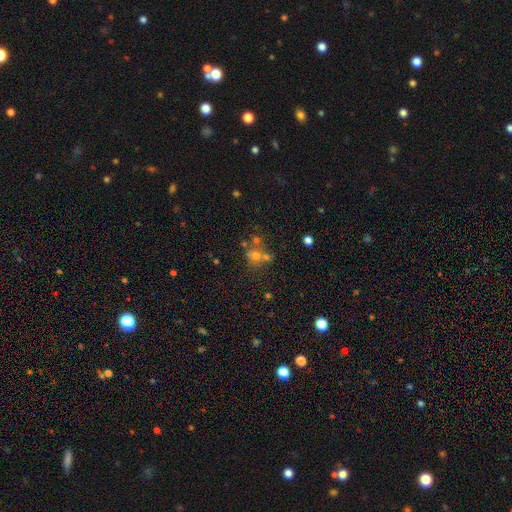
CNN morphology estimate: Smooth or featured: smooth — 58% (star or artifact — 22%)
How rounded: round — 80% (in between — 19%)
Merging: none — 46% (merger — 38%)